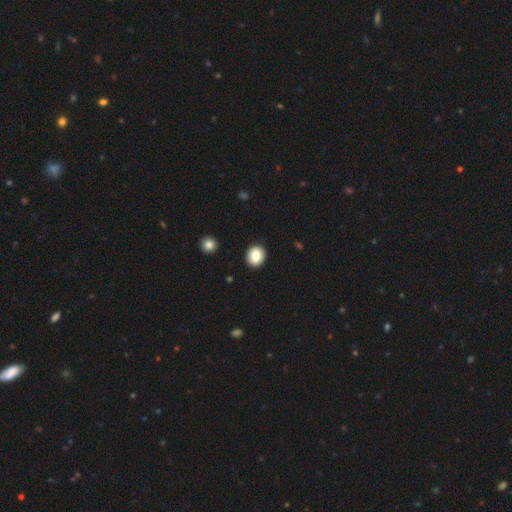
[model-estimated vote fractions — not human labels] A smooth galaxy with no disk features (84%) that is round (74%).

Vote fractions:
- Smooth or featured? smooth: 84% / star or artifact: 9% / featured or disk: 7%
- How rounded? round: 74% / in between: 25% / cigar-shaped: 1%
- Merging? none: 91% / minor disturbance: 6% / major disturbance: 2% / merger: 1%